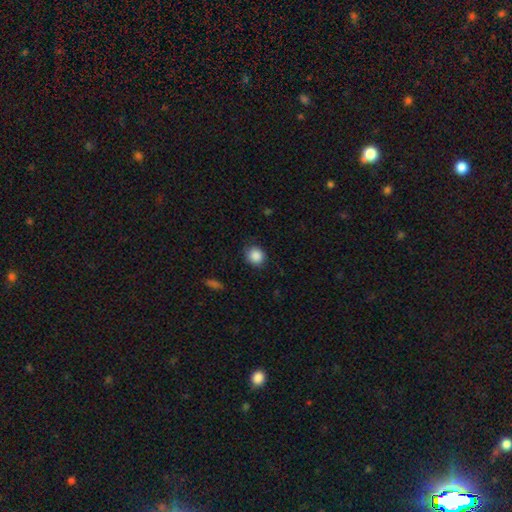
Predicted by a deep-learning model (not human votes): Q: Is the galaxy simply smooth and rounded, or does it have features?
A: smooth — 88%.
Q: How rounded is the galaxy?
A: round — 84%.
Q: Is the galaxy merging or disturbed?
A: none — 82%.